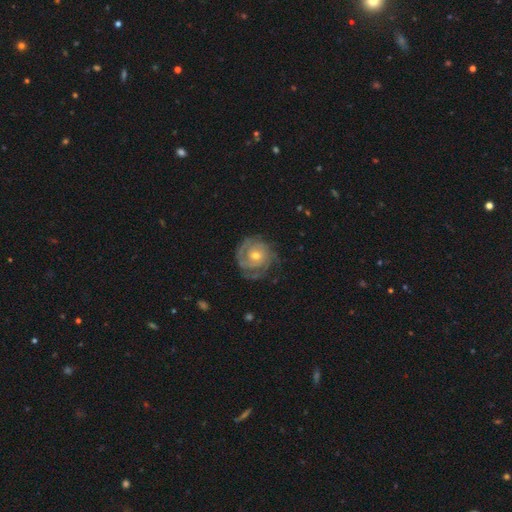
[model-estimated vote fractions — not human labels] Smooth or featured: featured or disk — 81% (smooth — 13%)
Edge-on disk: no — 98% (yes — 2%)
Bar: no — 75% (weak — 21%)
Spiral arms: yes — 93% (no — 7%)
Spiral winding: tight — 72% (medium — 22%)
Spiral arm count: can't tell — 35% (2 — 23%)
Bulge size: moderate — 56% (small — 40%)
Merging: none — 70% (minor disturbance — 19%)